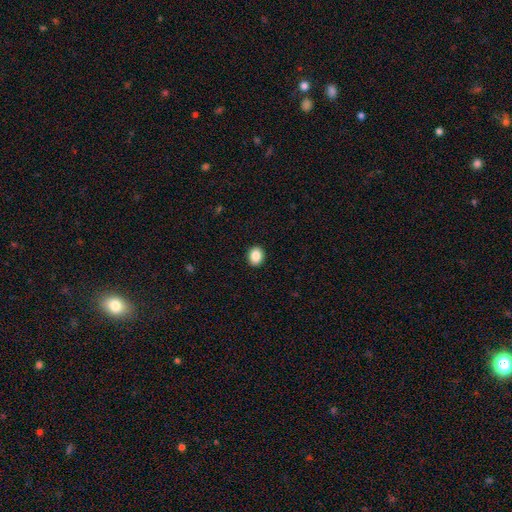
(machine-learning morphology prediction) smooth-or-featured: smooth: 87% | star or artifact: 9% | featured or disk: 4%
  how-rounded: round: 52% | in between: 47% | cigar-shaped: 1%
  merging: none: 92% | minor disturbance: 6% | major disturbance: 2% | merger: 1%